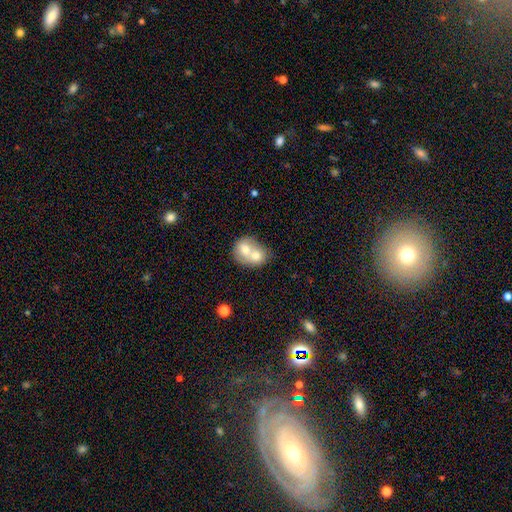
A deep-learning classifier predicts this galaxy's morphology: Overall: smooth (66%; featured or disk 27%). How rounded: round (56%; in between 43%). Merging: merger (76%).